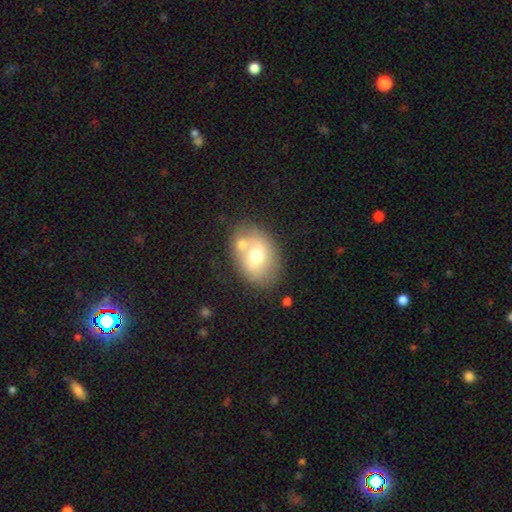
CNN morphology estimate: A smooth galaxy with no disk features (55%) that is in between round and cigar-shaped (68%).

Vote fractions:
- Smooth or featured? smooth: 55% / featured or disk: 36% / star or artifact: 8%
- How rounded? in between: 68% / round: 31% / cigar-shaped: 1%
- Merging? none: 51% / merger: 26% / minor disturbance: 16% / major disturbance: 6%